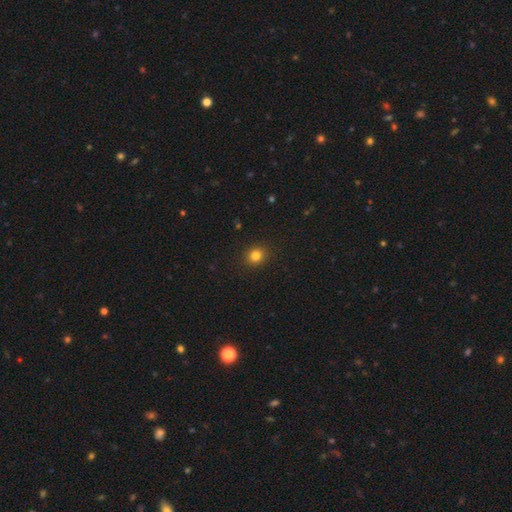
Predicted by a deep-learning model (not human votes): smooth 83%, star or artifact 13%, featured or disk 5%. Down the decision tree: how rounded — round (79%); merging — none (91%).